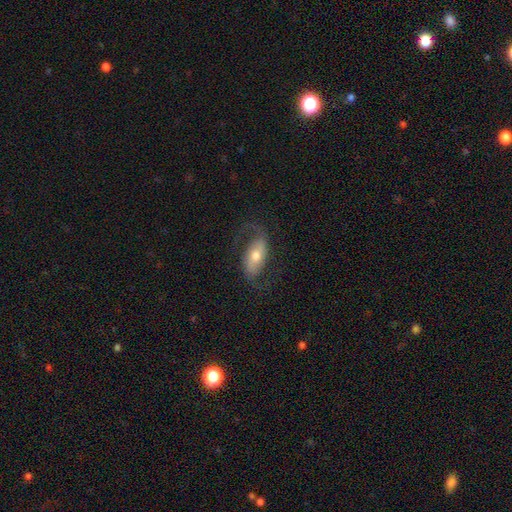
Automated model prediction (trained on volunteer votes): Morphology: type=featured or disk (70%); edge-on=no (93%); bar=weak (36%); spiral arms=yes (89%); winding=loose (56%); arm count=2 (88%); bulge=moderate (66%); merging=none (70%).